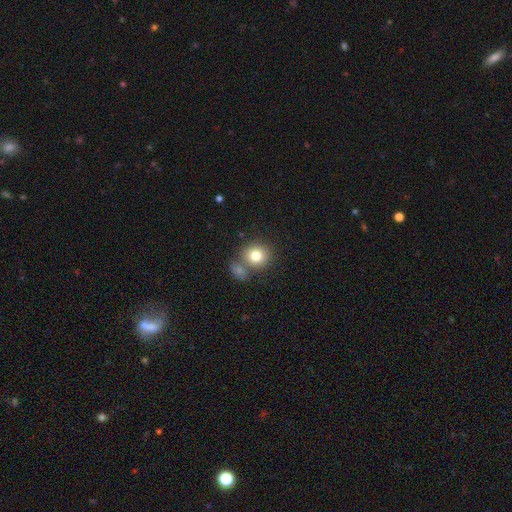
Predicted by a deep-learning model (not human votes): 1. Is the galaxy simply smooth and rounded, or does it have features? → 80% smooth, 10% star or artifact, 10% featured or disk.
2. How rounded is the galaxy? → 83% round, 16% in between, 1% cigar-shaped.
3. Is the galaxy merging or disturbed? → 58% none, 29% merger, 10% minor disturbance, 4% major disturbance.